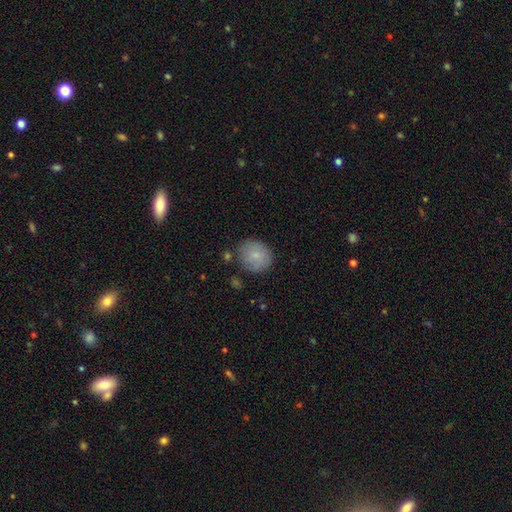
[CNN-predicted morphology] smooth_or_featured: smooth (p=0.81) [alt: featured or disk p=0.11]
how_rounded: round (p=0.82) [alt: in between p=0.17]
merging: none (p=0.77) [alt: minor disturbance p=0.15]